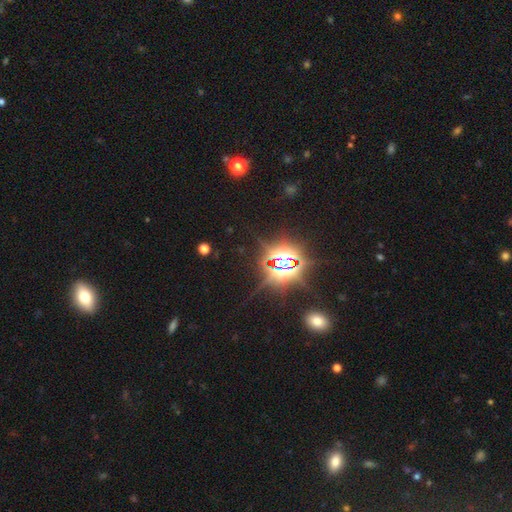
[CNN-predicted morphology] This appears to be a star or artifact, not a galaxy (83%).